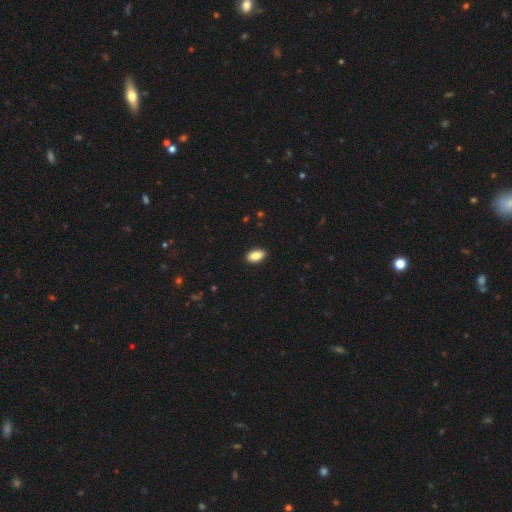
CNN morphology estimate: smooth 88%, star or artifact 7%, featured or disk 5%. Down the decision tree: how rounded — in between (92%); merging — none (89%).